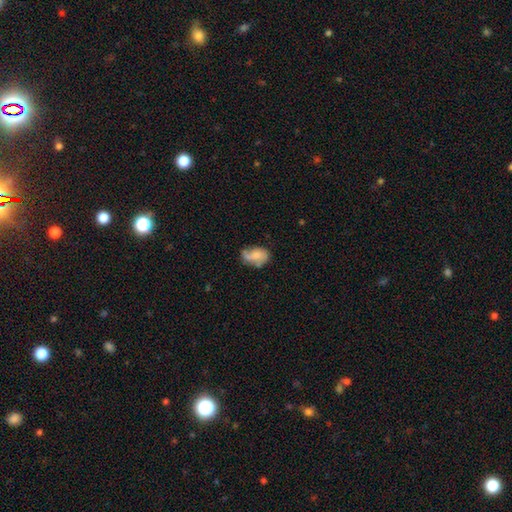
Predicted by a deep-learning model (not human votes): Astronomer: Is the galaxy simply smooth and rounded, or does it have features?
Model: smooth — 55% (runner-up: featured or disk, 37%).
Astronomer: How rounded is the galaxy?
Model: in between — 84%.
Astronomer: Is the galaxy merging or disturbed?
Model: none — 44% (runner-up: minor disturbance, 31%).